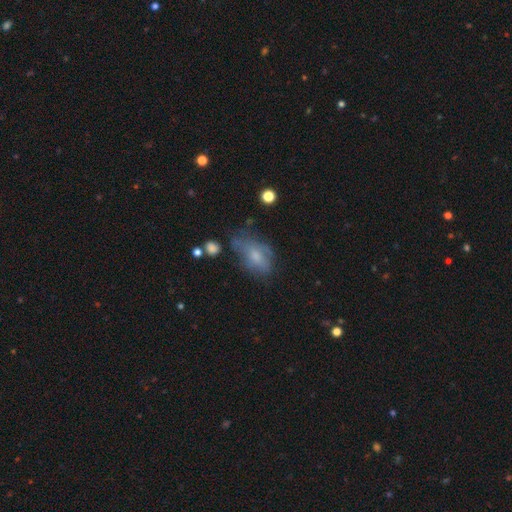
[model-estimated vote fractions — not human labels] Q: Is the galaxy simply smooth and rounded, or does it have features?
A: smooth — 57%.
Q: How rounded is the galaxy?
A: in between — 86%.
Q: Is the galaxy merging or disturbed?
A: none — 39%.